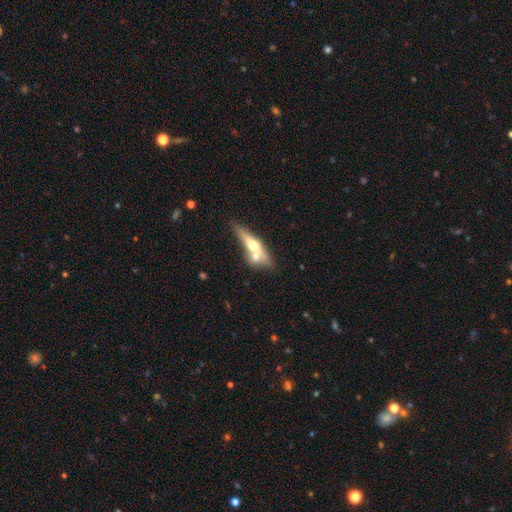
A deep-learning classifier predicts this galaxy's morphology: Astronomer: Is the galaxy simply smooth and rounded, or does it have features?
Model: featured or disk — 48% (runner-up: smooth, 45%).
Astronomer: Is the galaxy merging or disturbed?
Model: merger — 45% (runner-up: none, 39%).